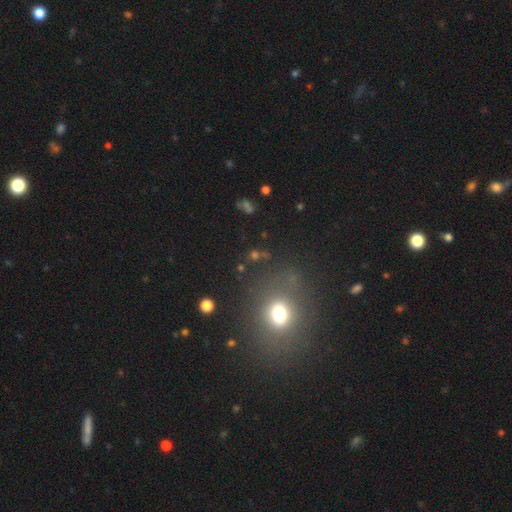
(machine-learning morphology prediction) Smooth or featured: smooth — 55% (star or artifact — 32%)
How rounded: round — 59% (in between — 38%)
Merging: none — 78% (minor disturbance — 11%)